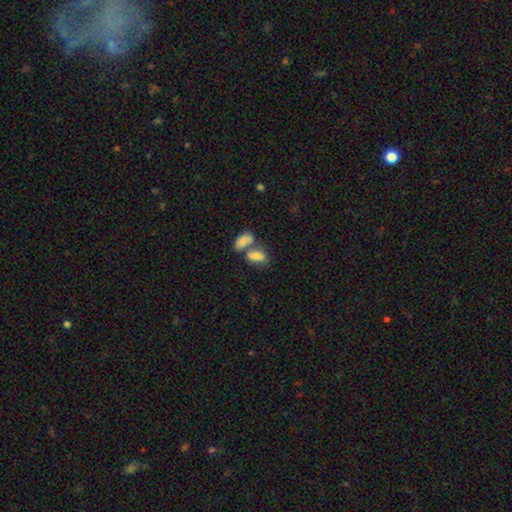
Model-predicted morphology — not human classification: type=smooth (79%); roundness=in between (90%); merging=merger (57%).